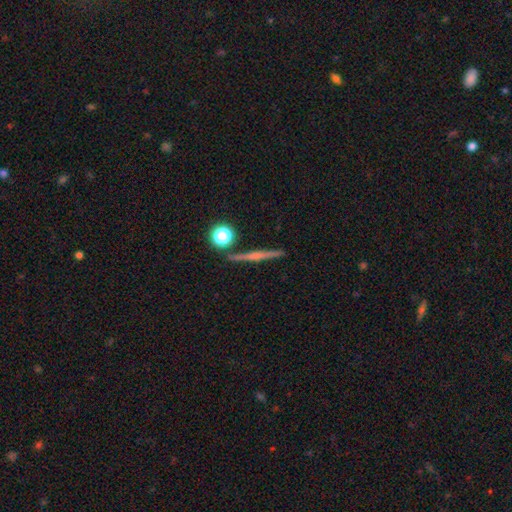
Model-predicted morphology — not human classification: smooth_or_featured: featured or disk (p=0.60) [alt: smooth p=0.30]
disk_edge_on: yes (p=0.97) [alt: no p=0.03]
edge_on_bulge: rounded (p=0.51) [alt: none p=0.38]
merging: none (p=0.88) [alt: minor disturbance p=0.07]